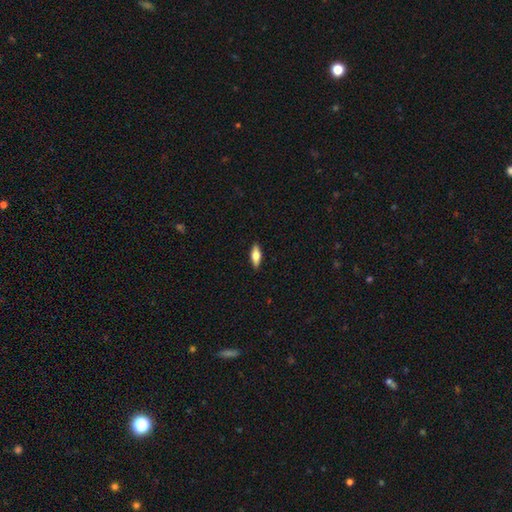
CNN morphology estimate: smooth-or-featured: smooth: 65% | featured or disk: 29% | star or artifact: 6%
  how-rounded: in between: 65% | cigar-shaped: 33% | round: 3%
  merging: none: 89% | minor disturbance: 8% | major disturbance: 2% | merger: 1%